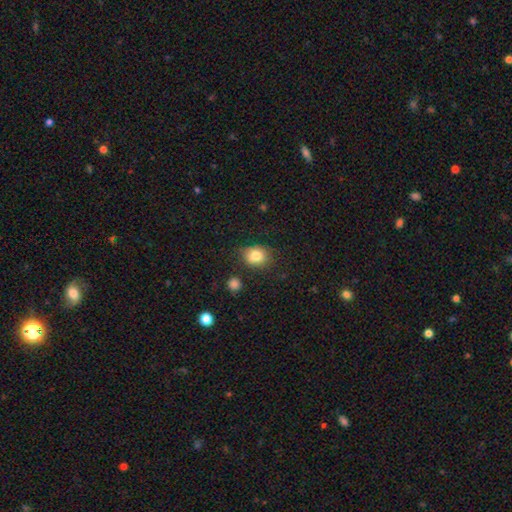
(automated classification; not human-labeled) Morphology: type=smooth (81%); roundness=round (61%); merging=none (74%).